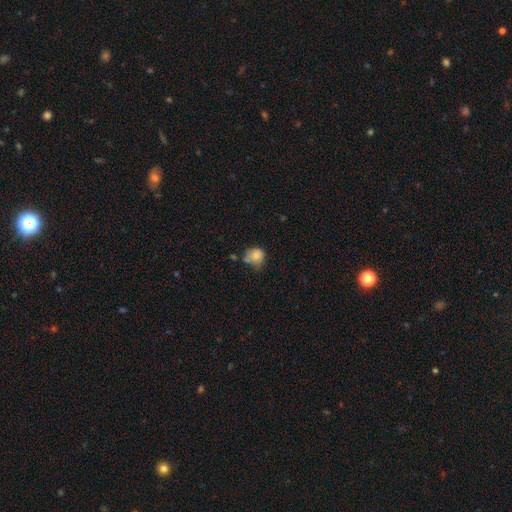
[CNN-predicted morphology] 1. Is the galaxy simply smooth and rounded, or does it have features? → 78% smooth, 12% featured or disk, 10% star or artifact.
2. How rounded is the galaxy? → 73% round, 26% in between, 1% cigar-shaped.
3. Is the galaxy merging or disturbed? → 41% none, 32% minor disturbance, 14% merger, 12% major disturbance.